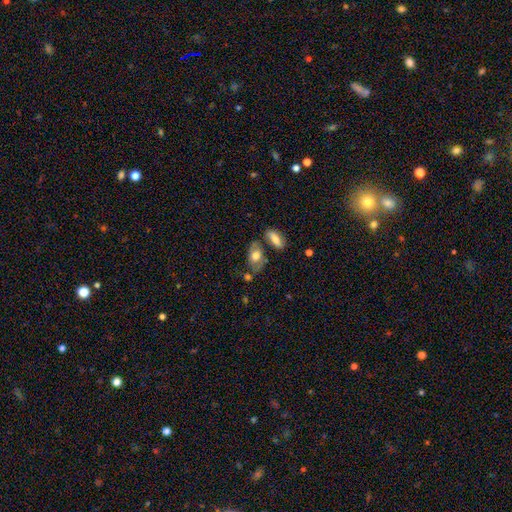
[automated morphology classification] smooth_or_featured: smooth (p=0.62) [alt: featured or disk p=0.30]
how_rounded: in between (p=0.86) [alt: round p=0.10]
merging: none (p=0.52) [alt: minor disturbance p=0.21]